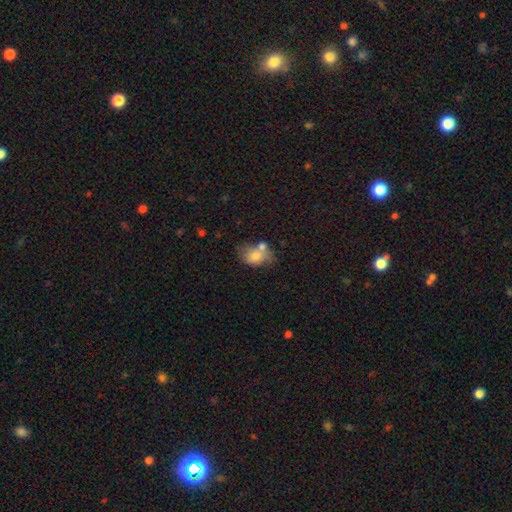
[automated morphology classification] Smooth or featured? Predicted: smooth (p=0.69). How rounded? Predicted: in between (p=0.75). Merging? Predicted: none (p=0.34).